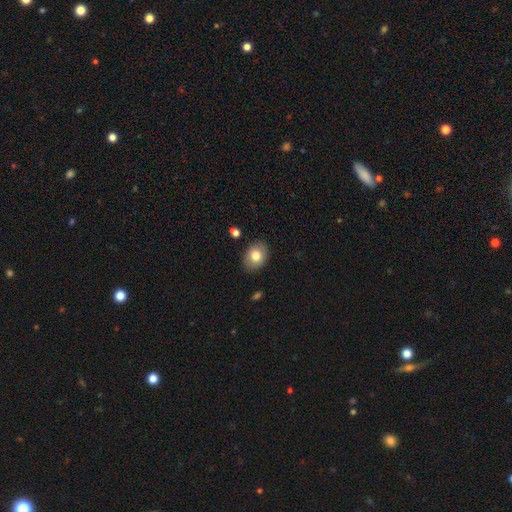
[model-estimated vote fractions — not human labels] This appears to be a smooth galaxy with no disk features (79%) that is in between round and cigar-shaped (68%). Merging: none (85%).